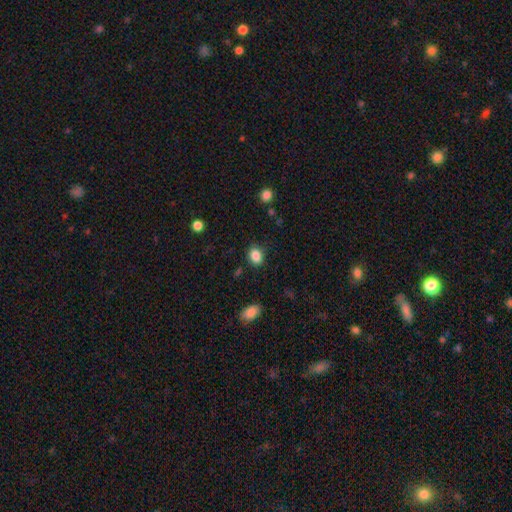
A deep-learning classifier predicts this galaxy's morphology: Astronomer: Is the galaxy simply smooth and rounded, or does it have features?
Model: smooth — 86%.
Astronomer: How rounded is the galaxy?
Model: in between — 59% (runner-up: round, 40%).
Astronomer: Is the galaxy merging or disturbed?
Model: none — 82%.